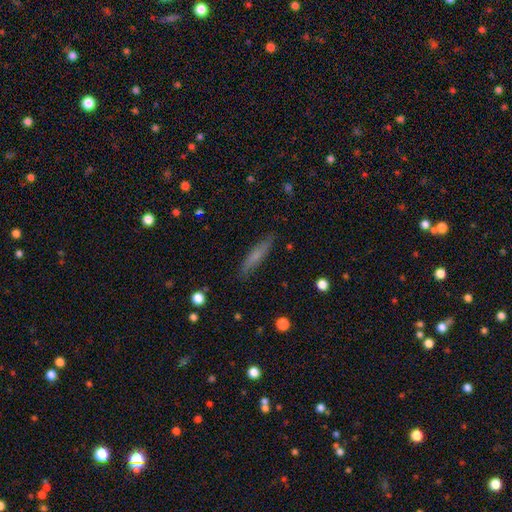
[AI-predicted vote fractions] Overall: smooth (65%; featured or disk 27%). How rounded: cigar-shaped (88%). Merging: none (85%).